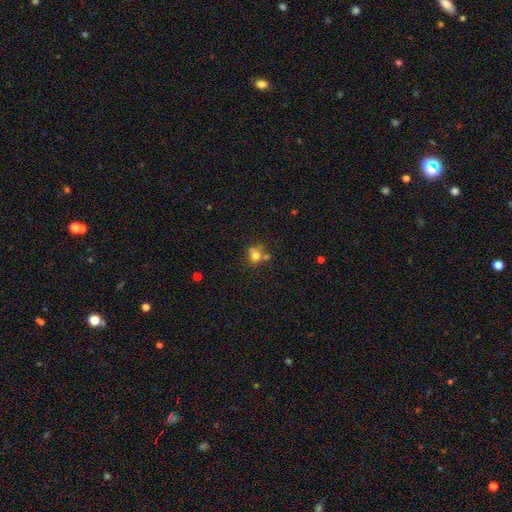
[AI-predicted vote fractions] A smooth galaxy with no disk features (68%) that is round (77%). Merging: none (47%).